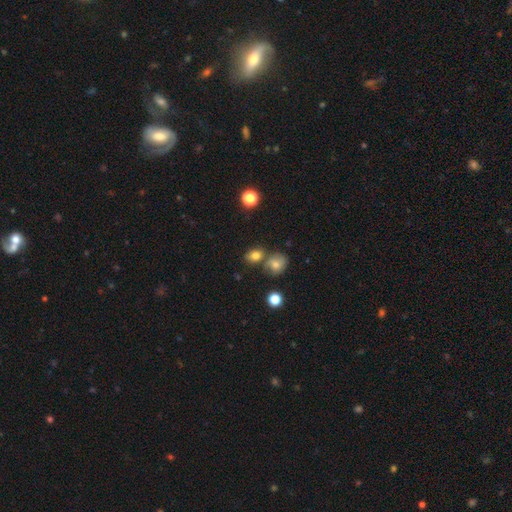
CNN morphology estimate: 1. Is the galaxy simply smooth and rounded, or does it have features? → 79% smooth, 13% star or artifact, 8% featured or disk.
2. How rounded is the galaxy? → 55% in between, 44% round, 1% cigar-shaped.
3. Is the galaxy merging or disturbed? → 60% none, 25% merger, 11% minor disturbance, 4% major disturbance.